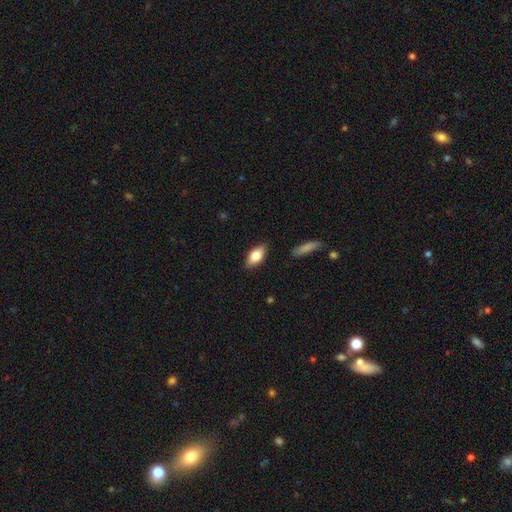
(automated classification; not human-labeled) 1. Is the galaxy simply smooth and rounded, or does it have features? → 78% smooth, 15% featured or disk, 7% star or artifact.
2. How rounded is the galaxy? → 88% in between, 8% cigar-shaped, 4% round.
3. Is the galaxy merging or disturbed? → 87% none, 10% minor disturbance, 2% major disturbance, 1% merger.